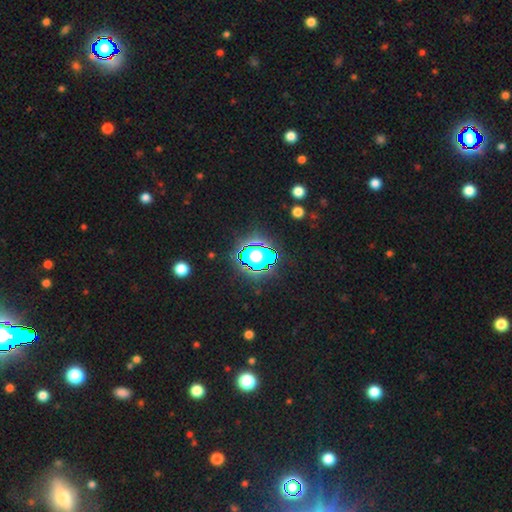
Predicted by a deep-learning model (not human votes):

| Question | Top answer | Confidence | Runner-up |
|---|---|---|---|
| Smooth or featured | star or artifact | 61% | smooth (27%) |